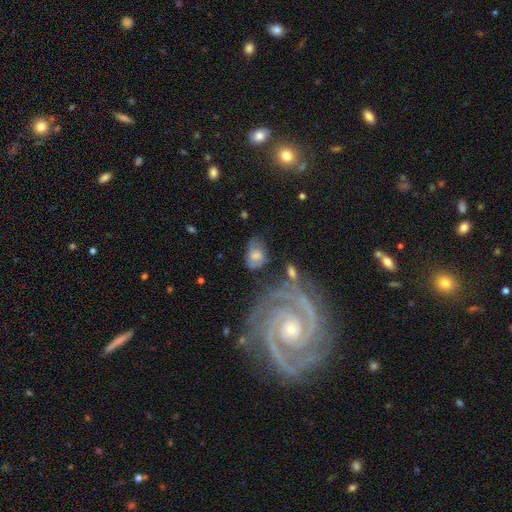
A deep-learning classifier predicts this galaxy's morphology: smooth-or-featured: smooth: 46% | featured or disk: 44% | star or artifact: 10%
  merging: none: 46% | minor disturbance: 26% | major disturbance: 18% | merger: 10%